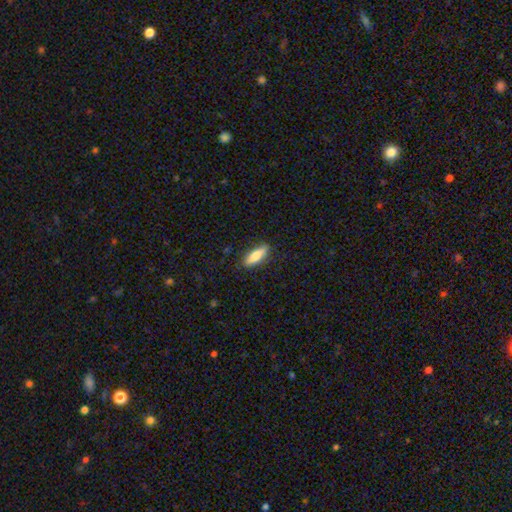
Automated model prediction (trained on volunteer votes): The model was most divided on "how rounded": cigar-shaped: 51%, in between: 47%, round: 2%. More confident: merging — none (85%); smooth or featured — smooth (74%).